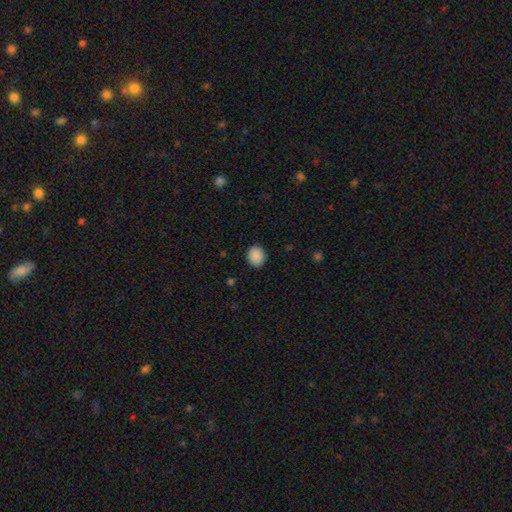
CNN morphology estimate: Overall: smooth (89%). How rounded: round (65%; in between 34%). Merging: none (90%).